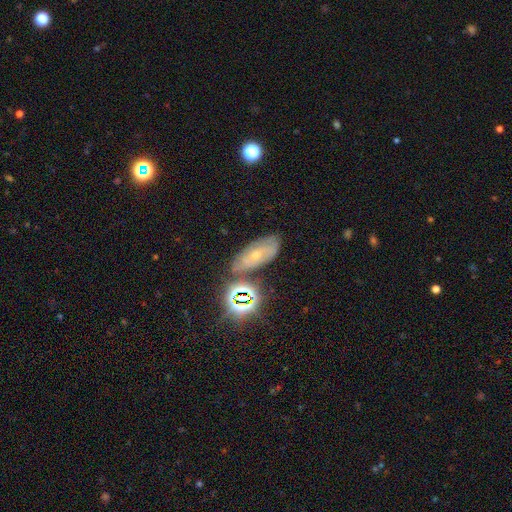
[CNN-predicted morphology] A featured or disk galaxy (43%). Merging: none (70%).